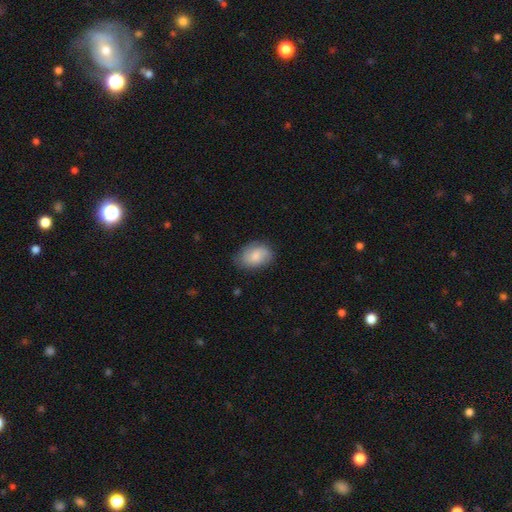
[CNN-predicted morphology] Smooth or featured? Predicted: smooth (p=0.73). How rounded? Predicted: in between (p=0.80). Merging? Predicted: none (p=0.73).